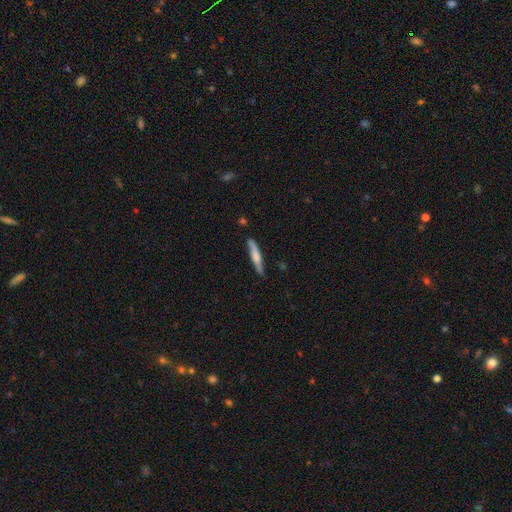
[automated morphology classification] smooth_or_featured: smooth (p=0.56) [alt: featured or disk p=0.39]
how_rounded: cigar-shaped (p=0.92) [alt: in between p=0.07]
merging: none (p=0.81) [alt: minor disturbance p=0.15]